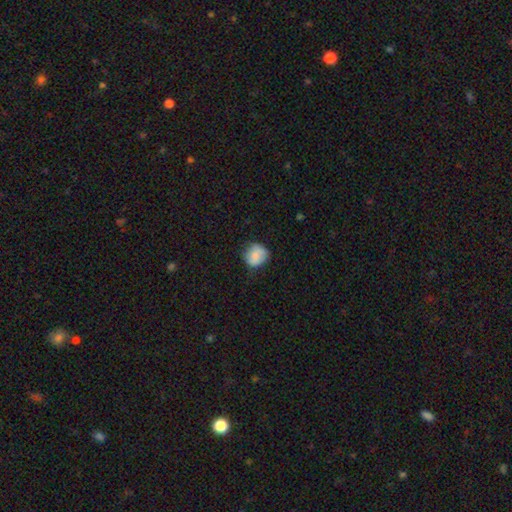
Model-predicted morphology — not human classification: This is likely a smooth galaxy (80%). How rounded: clearly round (81%). Merging: likely none (69%).